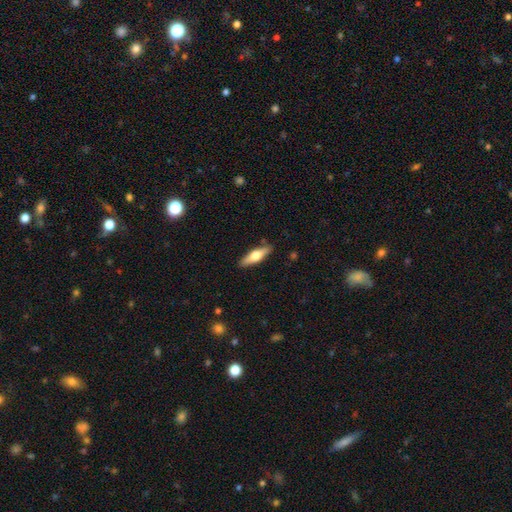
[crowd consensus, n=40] A featured or disk galaxy (62%) viewed edge-on (92%) with a rounded central bulge (100%). Merging: none (87%).